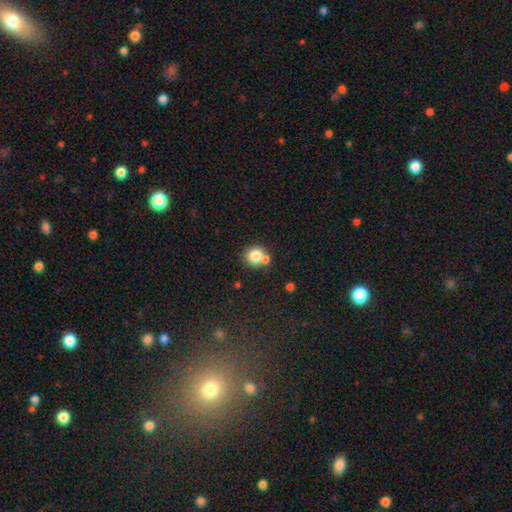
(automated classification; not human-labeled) The model was most divided on "merging": none: 51%, merger: 37%, minor disturbance: 9%, major disturbance: 3%. More confident: how rounded — round (86%); smooth or featured — smooth (79%).